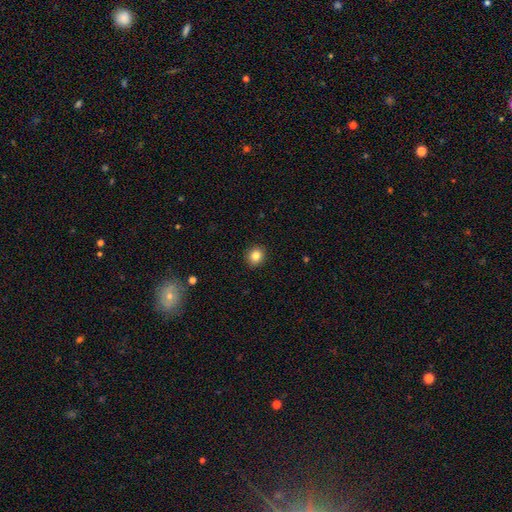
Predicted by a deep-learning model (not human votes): A smooth galaxy with no disk features (83%) that is round (82%).

Vote fractions:
- Smooth or featured? smooth: 83% / star or artifact: 10% / featured or disk: 7%
- How rounded? round: 82% / in between: 17% / cigar-shaped: 1%
- Merging? none: 92% / minor disturbance: 5% / major disturbance: 2% / merger: 1%